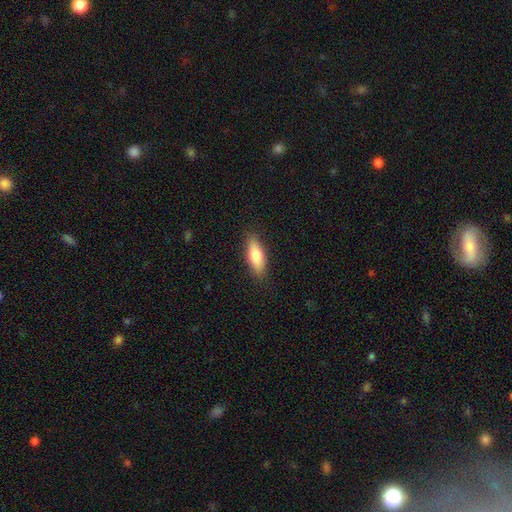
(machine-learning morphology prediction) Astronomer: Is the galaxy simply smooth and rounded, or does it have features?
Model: smooth — 75%.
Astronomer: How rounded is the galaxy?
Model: in between — 65%.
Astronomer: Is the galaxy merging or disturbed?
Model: none — 87%.